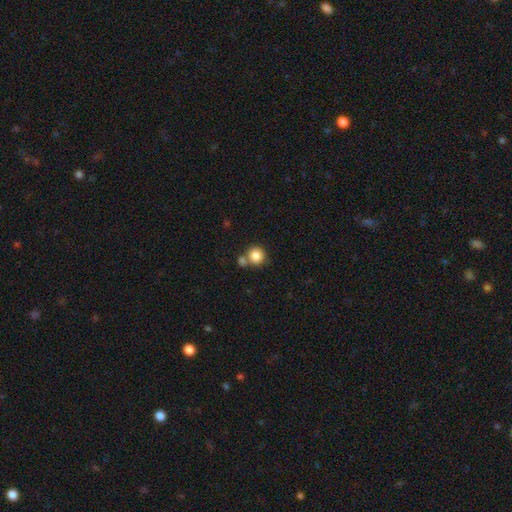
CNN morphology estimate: Smooth or featured: smooth — 84% (star or artifact — 10%)
How rounded: round — 92% (in between — 7%)
Merging: none — 62% (merger — 26%)